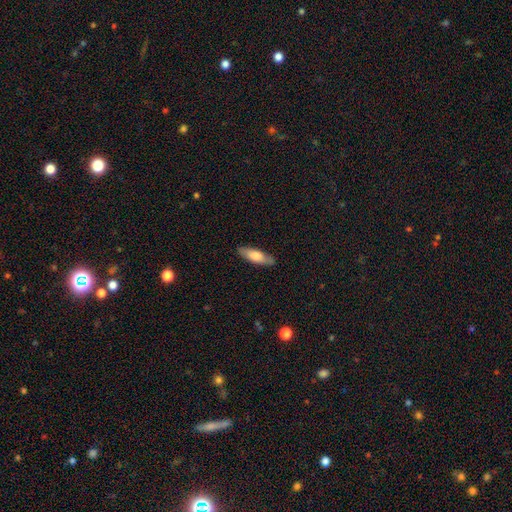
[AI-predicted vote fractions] Smooth or featured? Predicted: smooth (p=0.66). How rounded? Predicted: in between (p=0.50). Merging? Predicted: none (p=0.85).